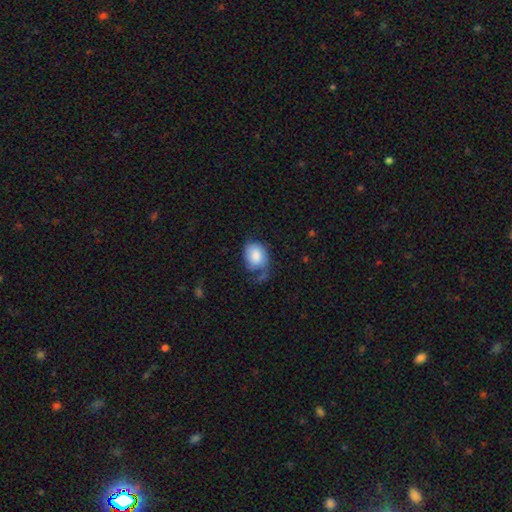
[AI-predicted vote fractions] Smooth or featured? smooth (72%)
How rounded? in between (65%)
Merging? minor disturbance (32%, tied with none)